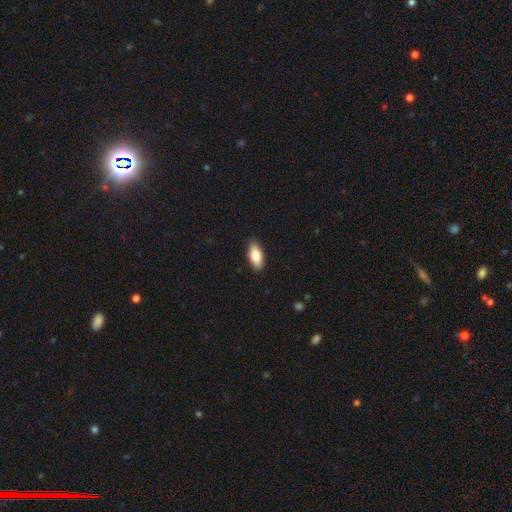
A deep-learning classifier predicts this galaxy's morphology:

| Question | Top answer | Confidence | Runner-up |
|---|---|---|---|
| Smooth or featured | smooth | 79% | featured or disk (15%) |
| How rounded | in between | 83% | cigar-shaped (15%) |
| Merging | none | 89% | minor disturbance (8%) |